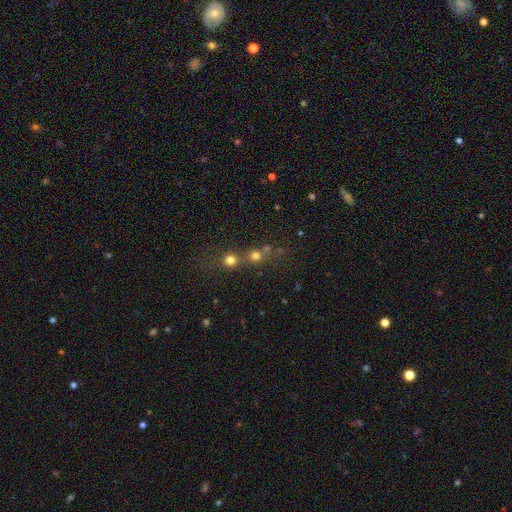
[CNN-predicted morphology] This is possibly a smooth galaxy (60%). How rounded: clearly round (88%). Merging: possibly none (49%).